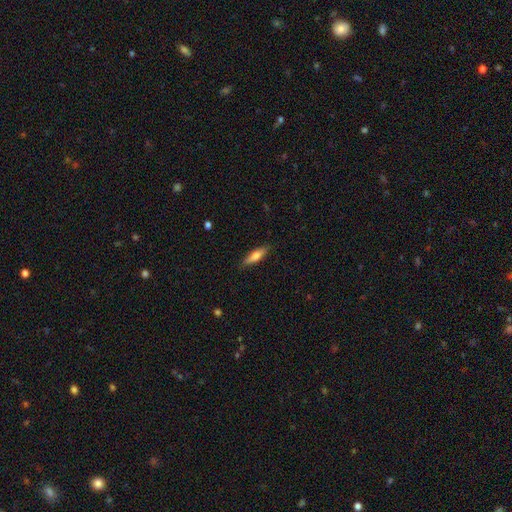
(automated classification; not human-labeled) Q: Smooth or featured?
A: smooth (64%); runner-up: featured or disk (30%)
Q: How rounded?
A: cigar-shaped (65%); runner-up: in between (32%)
Q: Merging?
A: none (87%); runner-up: minor disturbance (10%)